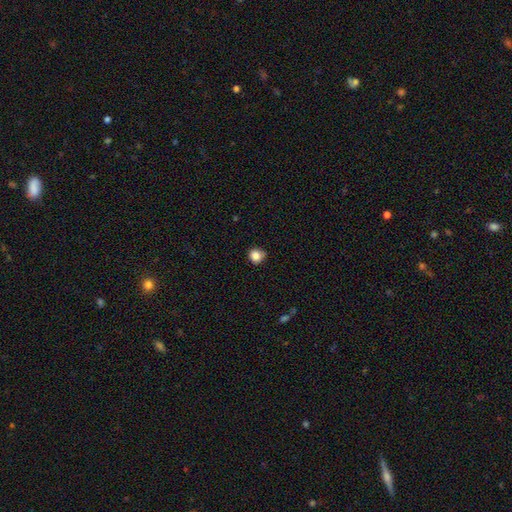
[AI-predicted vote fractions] A smooth galaxy with no disk features (83%) that is round (87%). Merging: none (77%).